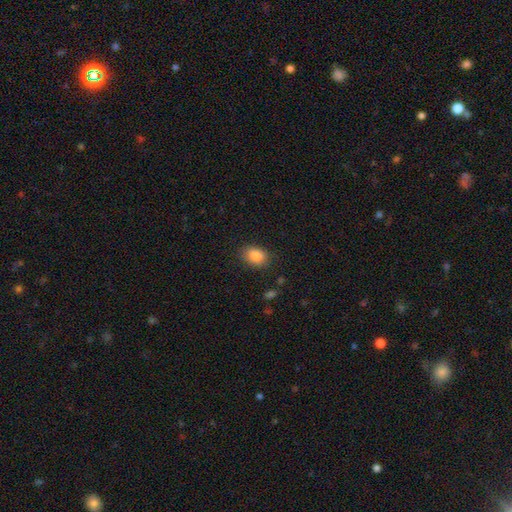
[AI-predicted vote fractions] Smooth or featured?
  - smooth: 86% *
  - star or artifact: 8%
  - featured or disk: 6%
How rounded?
  - in between: 73% *
  - round: 26%
  - cigar-shaped: 1%
Merging?
  - none: 83% *
  - minor disturbance: 13%
  - major disturbance: 3%
  - merger: 1%